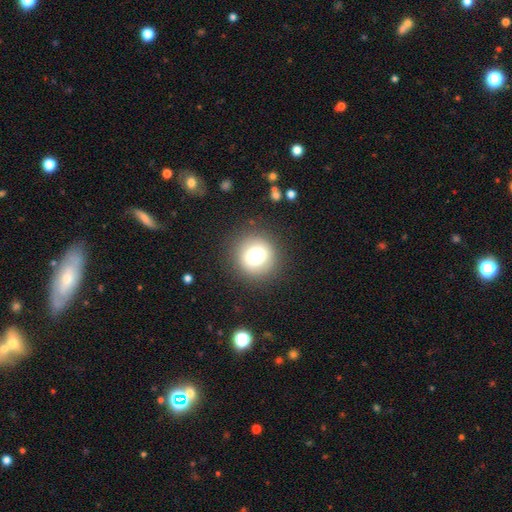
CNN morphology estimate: smooth 73%, star or artifact 14%, featured or disk 13%. Down the decision tree: how rounded — round (93%); merging — none (87%).